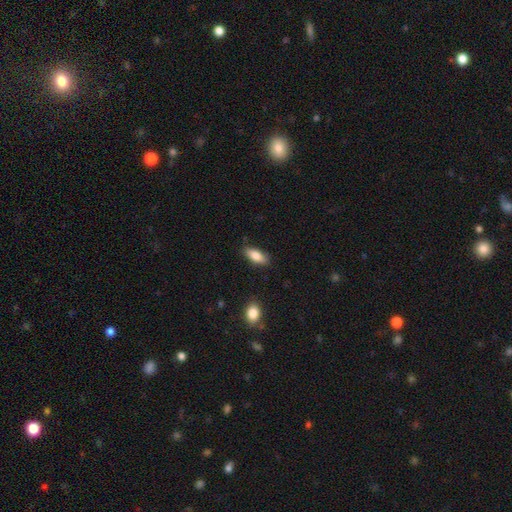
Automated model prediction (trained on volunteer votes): This is clearly a smooth galaxy (80%). How rounded: likely in between (76%). Merging: clearly none (82%).